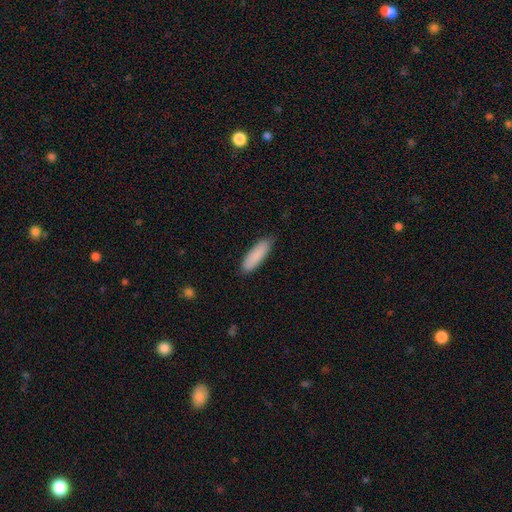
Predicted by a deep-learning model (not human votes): smooth-or-featured: smooth: 88% | featured or disk: 6% | star or artifact: 6%
  how-rounded: cigar-shaped: 56% | in between: 43% | round: 1%
  merging: none: 85% | minor disturbance: 12% | major disturbance: 2% | merger: 1%